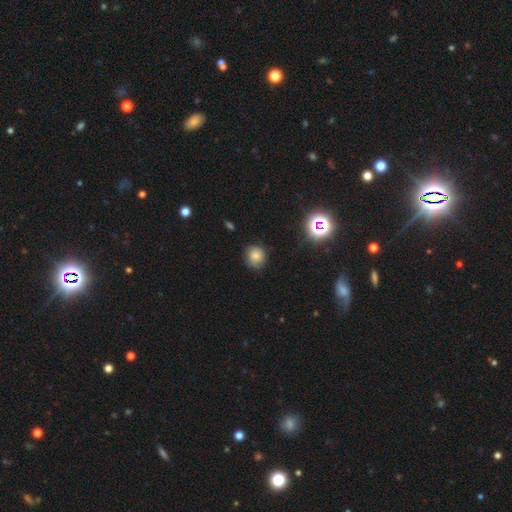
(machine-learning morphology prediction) This appears to be a smooth galaxy with no disk features (78%) that is round (84%). Merging: none (80%).